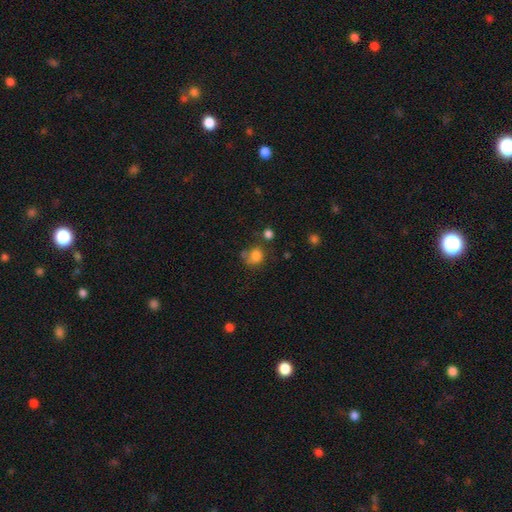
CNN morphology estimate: A smooth galaxy with no disk features (77%) that is round (66%). Merging: none (46%).